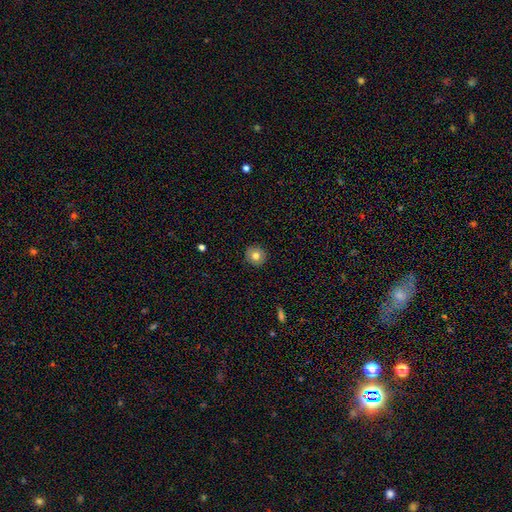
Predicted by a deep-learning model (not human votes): Smooth or featured?
  - smooth: 77% *
  - featured or disk: 14%
  - star or artifact: 9%
How rounded?
  - round: 92% *
  - in between: 7%
  - cigar-shaped: 1%
Merging?
  - none: 91% *
  - minor disturbance: 7%
  - major disturbance: 2%
  - merger: 1%